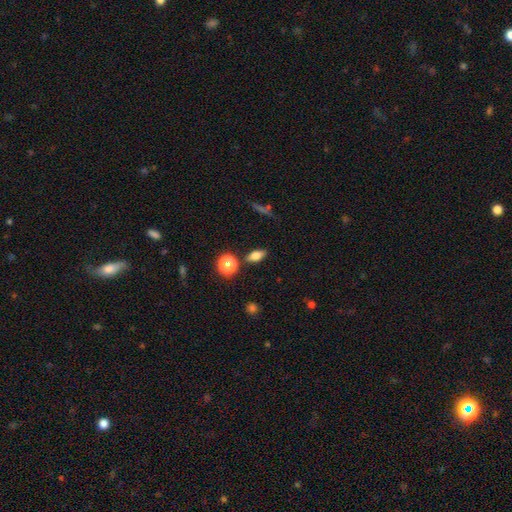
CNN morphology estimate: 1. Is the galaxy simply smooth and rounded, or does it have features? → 70% smooth, 17% featured or disk, 14% star or artifact.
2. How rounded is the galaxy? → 75% in between, 13% round, 12% cigar-shaped.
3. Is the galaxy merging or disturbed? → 84% none, 9% minor disturbance, 4% merger, 3% major disturbance.